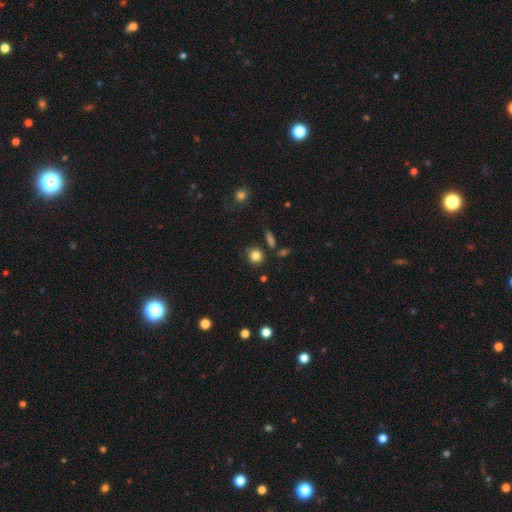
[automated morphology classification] Q: Smooth or featured?
A: smooth (83%); runner-up: star or artifact (11%)
Q: How rounded?
A: round (84%); runner-up: in between (14%)
Q: Merging?
A: none (78%); runner-up: minor disturbance (13%)